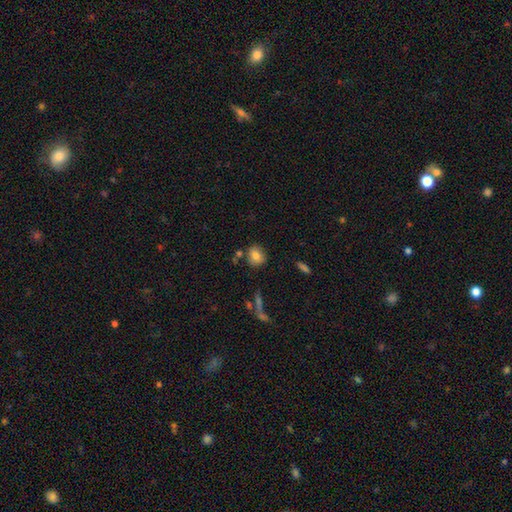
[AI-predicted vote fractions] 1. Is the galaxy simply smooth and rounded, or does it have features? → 80% smooth, 10% featured or disk, 10% star or artifact.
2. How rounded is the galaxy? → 63% round, 35% in between, 2% cigar-shaped.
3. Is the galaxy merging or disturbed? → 77% none, 12% minor disturbance, 7% merger, 3% major disturbance.